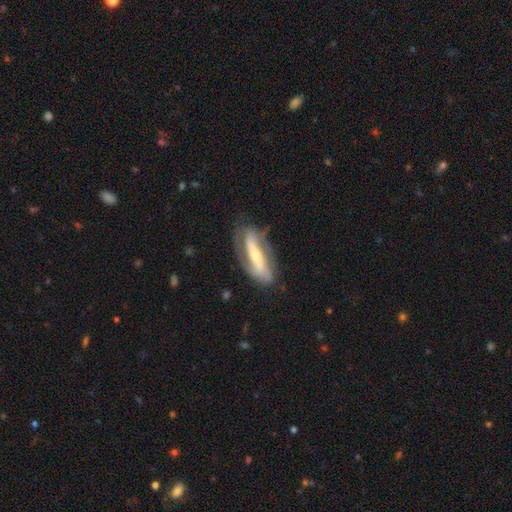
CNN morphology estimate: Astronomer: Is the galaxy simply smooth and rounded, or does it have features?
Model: featured or disk — 76%.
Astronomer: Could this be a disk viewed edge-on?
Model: no — 79%.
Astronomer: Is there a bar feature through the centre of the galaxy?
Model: strong — 61%.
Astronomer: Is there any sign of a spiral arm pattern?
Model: yes — 80%.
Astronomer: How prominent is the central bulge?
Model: small — 51% (runner-up: moderate, 42%).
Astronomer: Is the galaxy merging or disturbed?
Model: none — 68%.